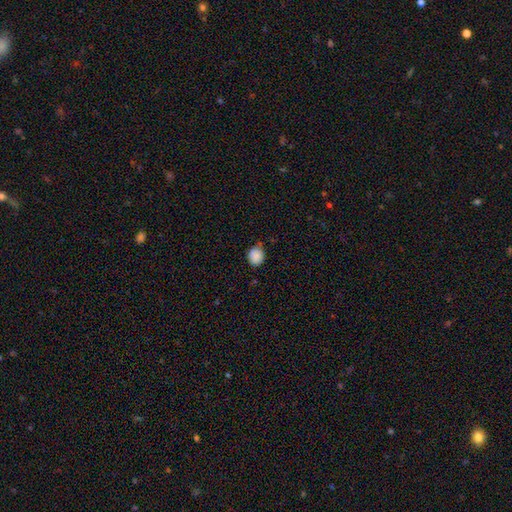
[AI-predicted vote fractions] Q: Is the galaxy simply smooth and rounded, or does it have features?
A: smooth — 88%.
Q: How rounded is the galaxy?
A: round — 75%.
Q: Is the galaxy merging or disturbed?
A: none — 72%.